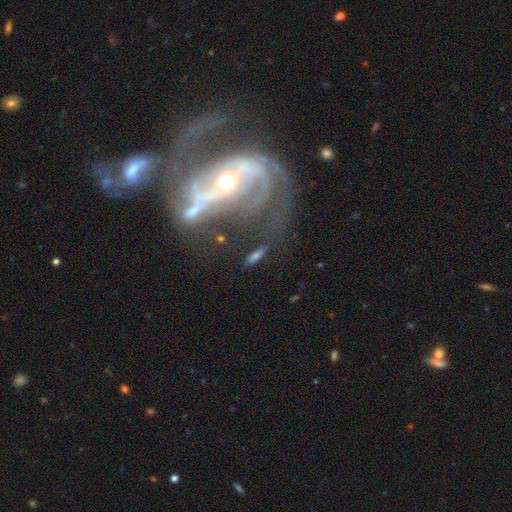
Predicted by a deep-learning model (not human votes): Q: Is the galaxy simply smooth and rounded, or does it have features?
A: featured or disk — 62%.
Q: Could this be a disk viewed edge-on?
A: no — 77%.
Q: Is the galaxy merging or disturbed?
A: none — 61%.